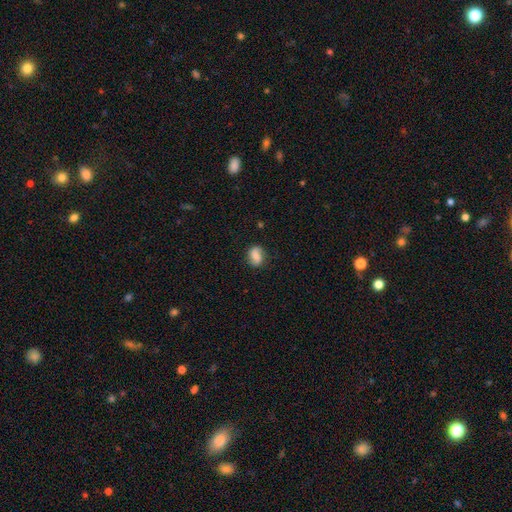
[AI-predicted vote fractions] This appears to be a smooth galaxy with no disk features (55%) that is in between round and cigar-shaped (61%). Merging: none (77%).